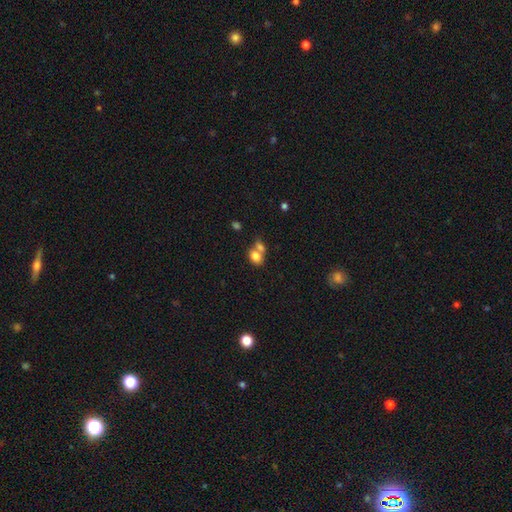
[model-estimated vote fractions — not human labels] Smooth or featured?
  - smooth: 80% *
  - featured or disk: 10%
  - star or artifact: 10%
How rounded?
  - in between: 67% *
  - round: 32%
  - cigar-shaped: 1%
Merging?
  - merger: 53% *
  - none: 35%
  - minor disturbance: 9%
  - major disturbance: 4%